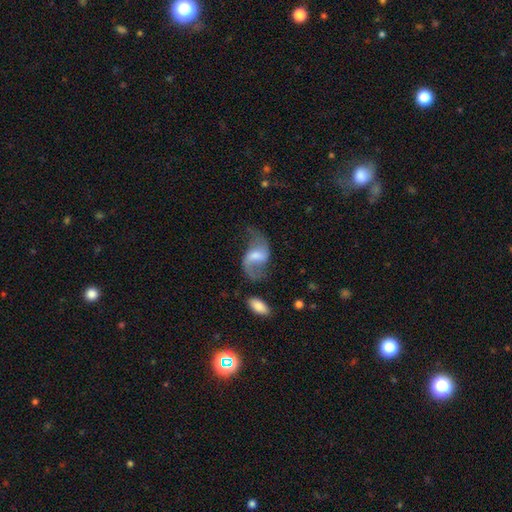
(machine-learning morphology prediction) A featured or disk galaxy (81%) with a weak bar (52%), 2 (89%) loose (78%) spiral arms (94%) and a moderate central bulge (38%).

Vote fractions:
- Smooth or featured? featured or disk: 81% / smooth: 12% / star or artifact: 7%
- Edge-on disk? no: 97% / yes: 3%
- Bar? weak: 52% / strong: 29% / no: 19%
- Spiral arms? yes: 94% / no: 6%
- Spiral winding? loose: 78% / medium: 19% / tight: 4%
- Spiral arm count? 2: 89% / 1: 5% / can't tell: 3% / 3: 1% / 4: 1% / more than 4: 1%
- Bulge size? moderate: 38% / small: 33% / none: 17% / large: 10% / dominant: 2%
- Merging? none: 59% / minor disturbance: 19% / major disturbance: 18% / merger: 5%